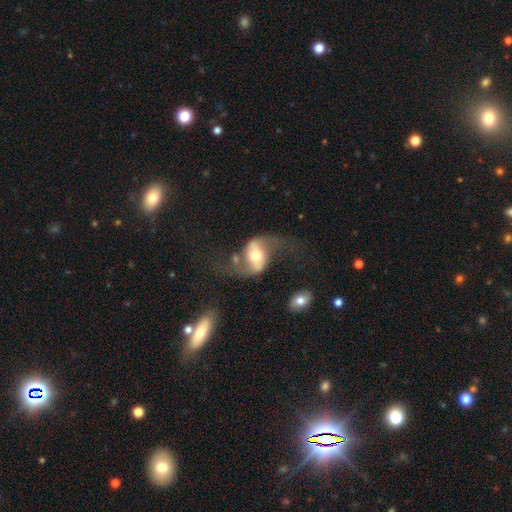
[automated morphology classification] This appears to be a featured or disk galaxy (78%) with a strong bar (37%), 2 (93%) loose (79%) spiral arms (89%) and a moderate central bulge (66%). Merging: none (54%).